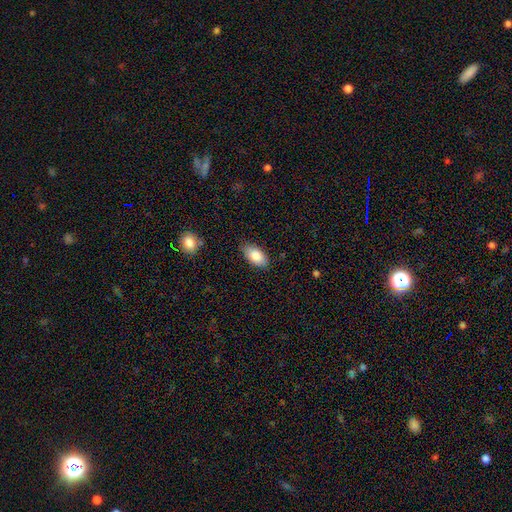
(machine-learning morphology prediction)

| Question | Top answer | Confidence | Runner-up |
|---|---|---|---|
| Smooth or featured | smooth | 84% | featured or disk (9%) |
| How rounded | in between | 94% | cigar-shaped (3%) |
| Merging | none | 84% | minor disturbance (13%) |